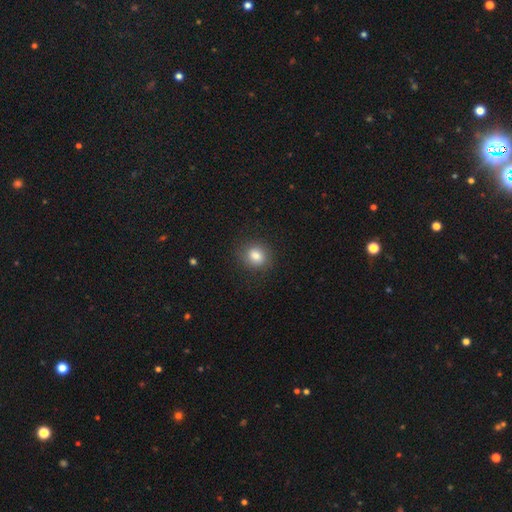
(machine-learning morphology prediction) Smooth or featured? smooth (82%)
How rounded? round (68%)
Merging? none (84%)